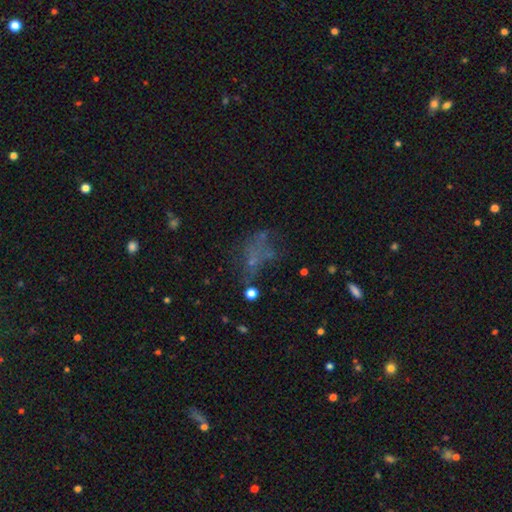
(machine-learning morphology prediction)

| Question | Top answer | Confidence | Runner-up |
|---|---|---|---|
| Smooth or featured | smooth | 36% | featured or disk (32%) |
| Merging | none | 41% | major disturbance (30%) |